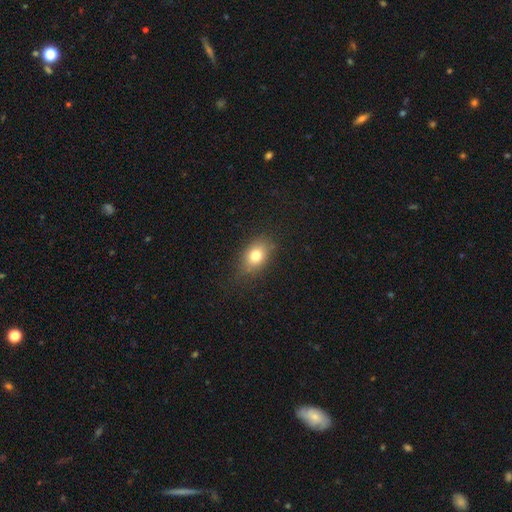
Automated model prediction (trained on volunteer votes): Smooth or featured? Predicted: smooth (p=0.78). How rounded? Predicted: in between (p=0.72). Merging? Predicted: none (p=0.81).